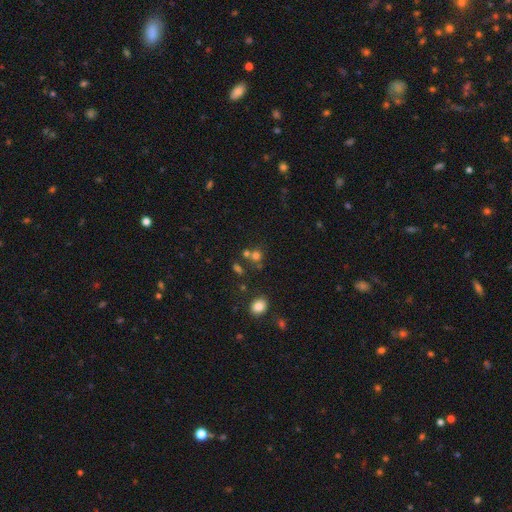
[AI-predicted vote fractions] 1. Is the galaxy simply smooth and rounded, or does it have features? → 70% smooth, 20% star or artifact, 10% featured or disk.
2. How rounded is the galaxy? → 80% round, 19% in between, 1% cigar-shaped.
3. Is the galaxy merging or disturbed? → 55% none, 29% merger, 10% minor disturbance, 5% major disturbance.